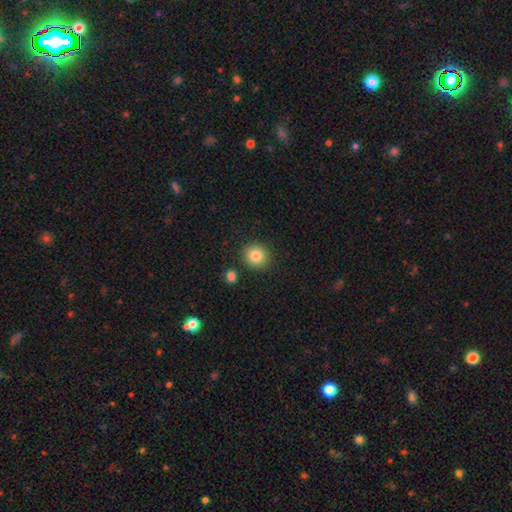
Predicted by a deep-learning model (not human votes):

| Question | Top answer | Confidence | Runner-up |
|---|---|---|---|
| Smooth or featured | smooth | 84% | star or artifact (10%) |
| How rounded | round | 85% | in between (14%) |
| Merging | none | 87% | minor disturbance (8%) |